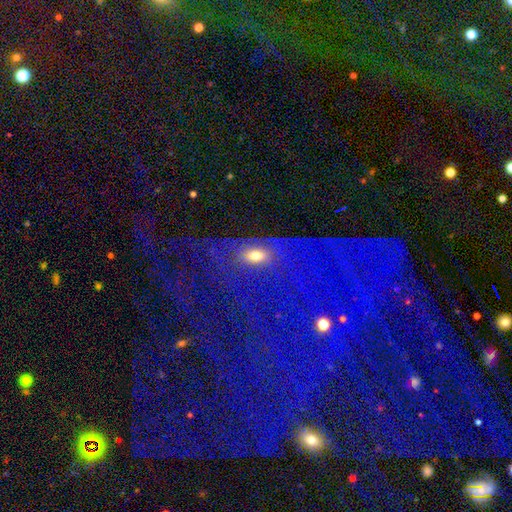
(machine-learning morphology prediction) type=smooth (48%); merging=none (51%).